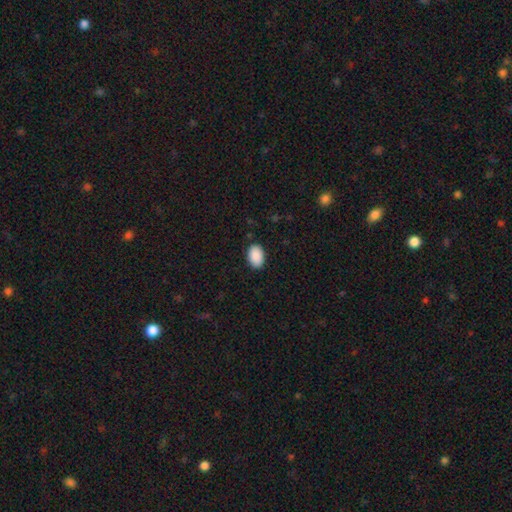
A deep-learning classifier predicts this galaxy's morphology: This appears to be a smooth galaxy with no disk features (91%) that is in between round and cigar-shaped (89%). Merging: none (89%).